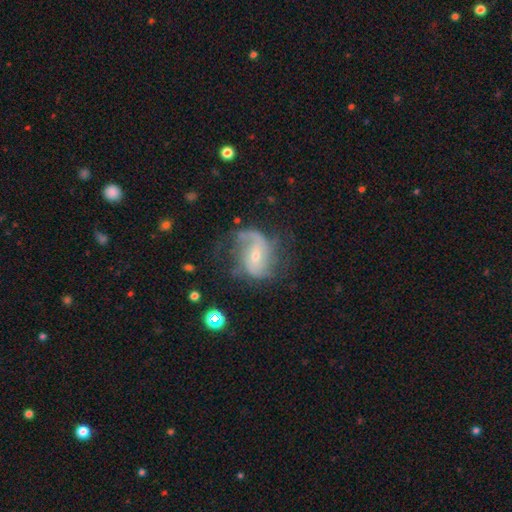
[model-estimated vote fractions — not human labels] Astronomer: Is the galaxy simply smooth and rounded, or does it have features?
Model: featured or disk — 81%.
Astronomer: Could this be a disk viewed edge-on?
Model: no — 97%.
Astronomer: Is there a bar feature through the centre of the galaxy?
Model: weak — 45% (runner-up: no, 35%).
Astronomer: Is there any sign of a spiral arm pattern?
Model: yes — 92%.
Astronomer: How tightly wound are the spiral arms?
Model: loose — 44% (runner-up: medium, 40%).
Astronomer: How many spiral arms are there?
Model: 2 — 60%.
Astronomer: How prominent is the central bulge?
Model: small — 57% (runner-up: moderate, 39%).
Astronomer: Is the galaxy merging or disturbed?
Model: none — 53%.